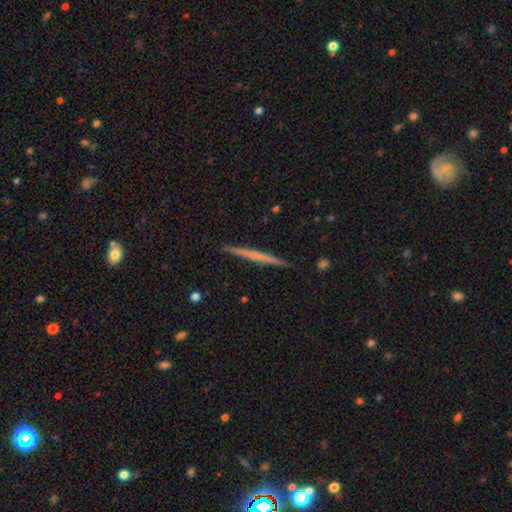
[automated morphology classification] Smooth or featured? Predicted: featured or disk (p=0.53). Edge-on disk? Predicted: yes (p=0.98). Edge-on bulge? Predicted: none (p=0.83). Merging? Predicted: none (p=0.92).